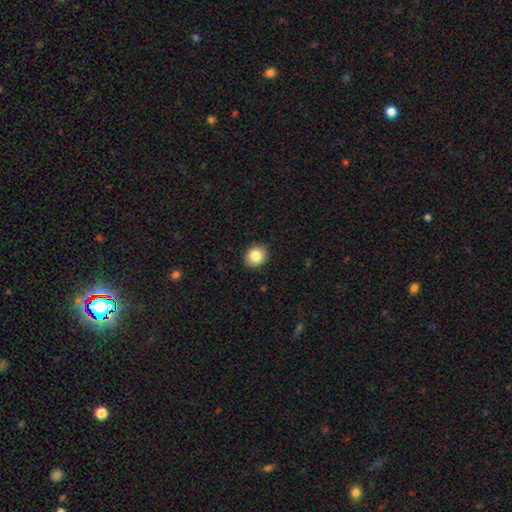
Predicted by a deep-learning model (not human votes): A smooth galaxy with no disk features (84%) that is round (73%).

Vote fractions:
- Smooth or featured? smooth: 84% / star or artifact: 9% / featured or disk: 7%
- How rounded? round: 73% / in between: 26% / cigar-shaped: 1%
- Merging? none: 90% / minor disturbance: 8% / major disturbance: 2% / merger: 1%